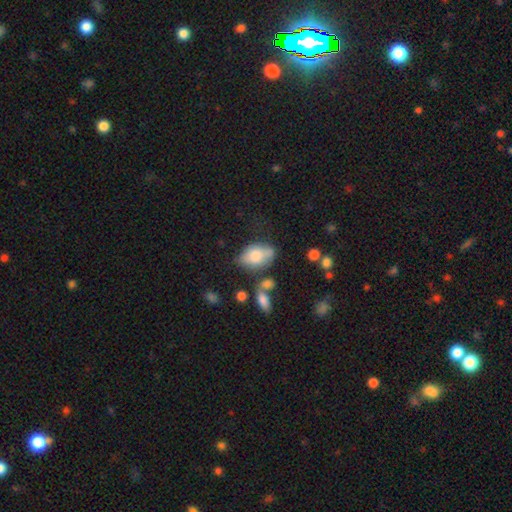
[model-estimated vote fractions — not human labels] Overall: smooth (72%). How rounded: in between (87%). Merging: none (44%; minor disturbance 27%).